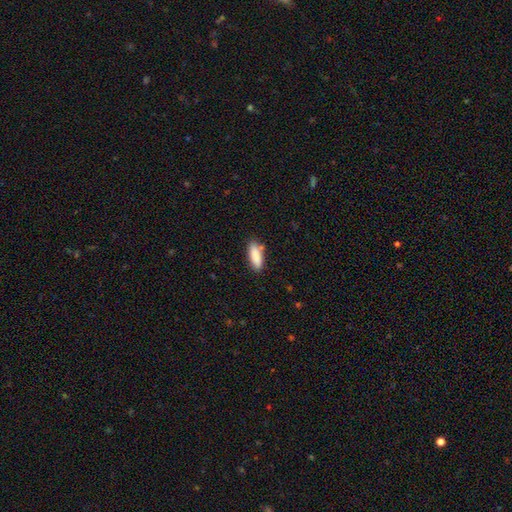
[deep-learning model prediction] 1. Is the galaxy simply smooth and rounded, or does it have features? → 87% smooth, 7% featured or disk, 6% star or artifact.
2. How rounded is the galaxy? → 61% in between, 38% cigar-shaped, 2% round.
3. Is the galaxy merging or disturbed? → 79% none, 14% minor disturbance, 4% merger, 3% major disturbance.